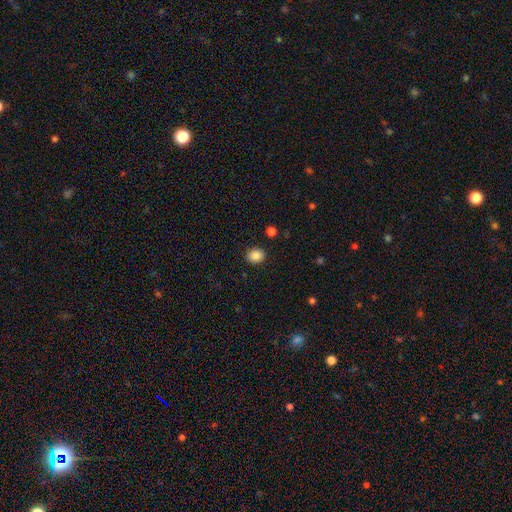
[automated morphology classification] Smooth or featured? smooth (87%)
How rounded? round (60%)
Merging? none (88%)